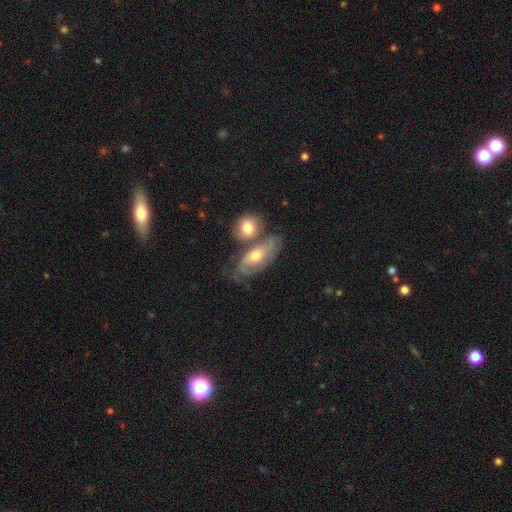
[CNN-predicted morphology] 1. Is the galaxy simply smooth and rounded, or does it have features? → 64% featured or disk, 30% smooth, 6% star or artifact.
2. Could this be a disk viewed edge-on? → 89% no, 11% yes.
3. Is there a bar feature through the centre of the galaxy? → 68% no, 25% weak, 7% strong.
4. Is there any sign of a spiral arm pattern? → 81% yes, 19% no.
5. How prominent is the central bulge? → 65% moderate, 28% small, 5% large, 1% none, 1% dominant.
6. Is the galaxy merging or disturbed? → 42% none, 33% merger, 16% minor disturbance, 8% major disturbance.